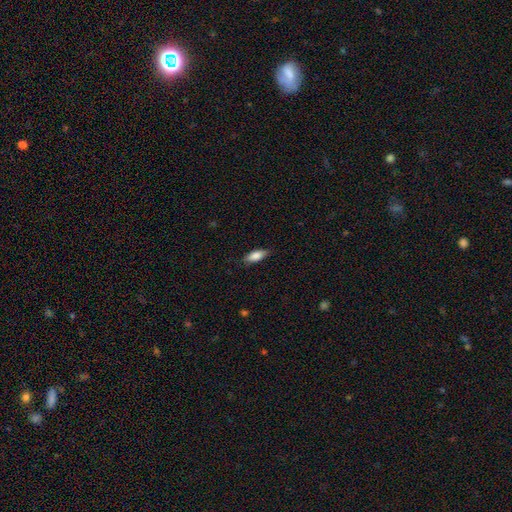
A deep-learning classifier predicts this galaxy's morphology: A smooth galaxy with no disk features (82%) that is in between round and cigar-shaped (73%). Merging: none (83%).